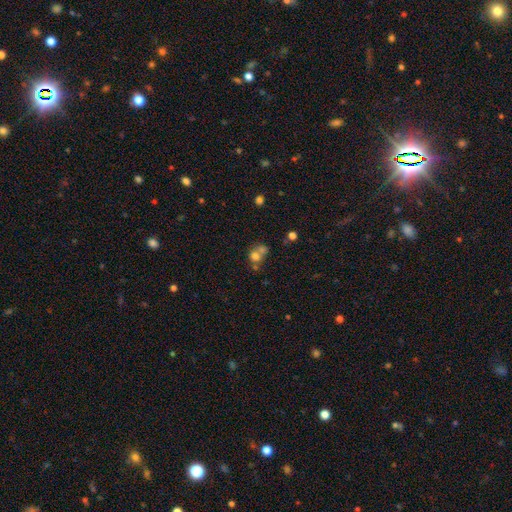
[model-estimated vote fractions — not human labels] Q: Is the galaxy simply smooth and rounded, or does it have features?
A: smooth — 70%.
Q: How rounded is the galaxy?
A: round — 73%.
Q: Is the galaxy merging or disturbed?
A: merger — 54%.